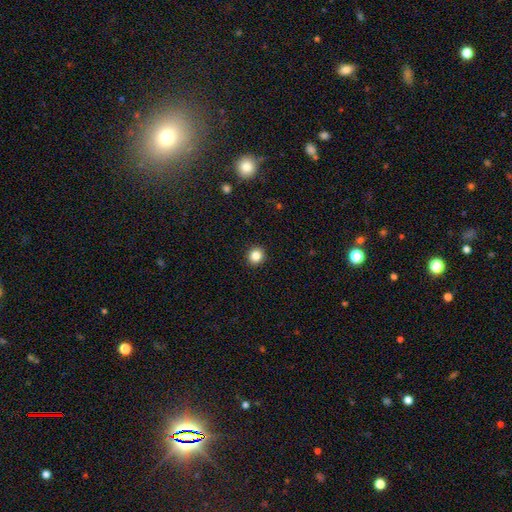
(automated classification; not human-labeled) This appears to be a smooth galaxy with no disk features (84%) that is round (91%). Merging: none (93%).